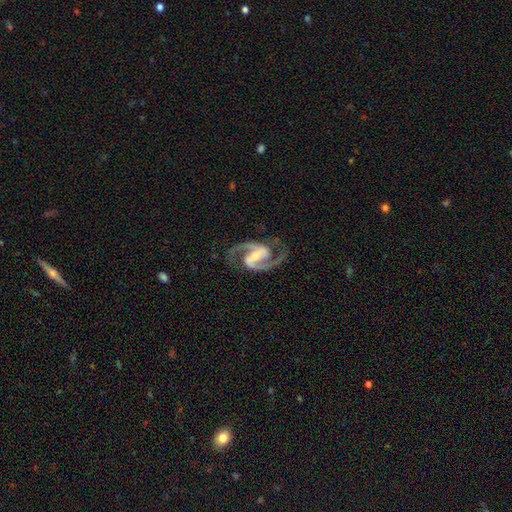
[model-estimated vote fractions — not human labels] This appears to be a featured or disk galaxy (94%) with a strong bar (54%), 2 (95%) medium (69%) spiral arms (98%) and a small central bulge (45%). Merging: none (82%).